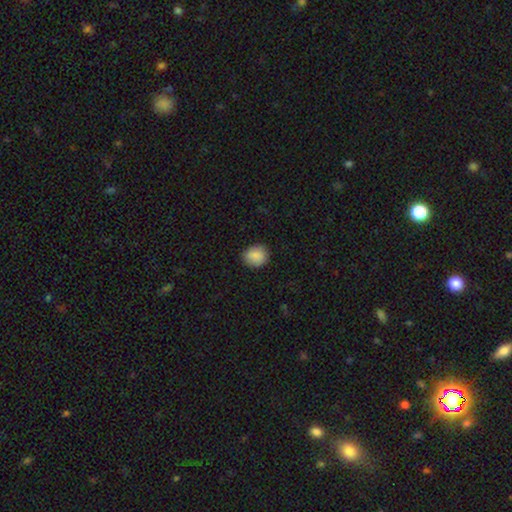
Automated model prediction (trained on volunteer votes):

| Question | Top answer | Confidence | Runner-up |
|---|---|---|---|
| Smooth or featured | smooth | 87% | star or artifact (8%) |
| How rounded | round | 71% | in between (28%) |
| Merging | none | 87% | minor disturbance (10%) |